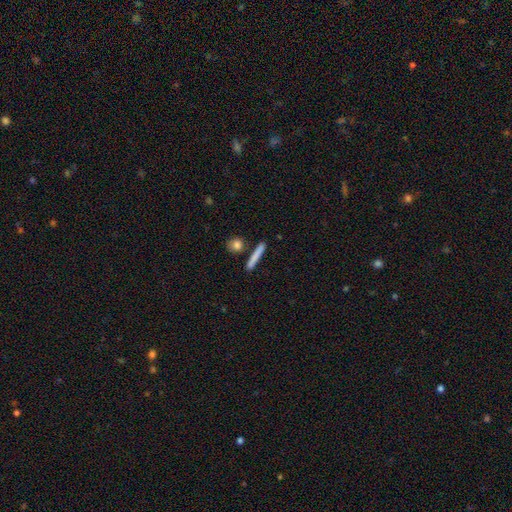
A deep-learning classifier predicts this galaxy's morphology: Smooth or featured? Predicted: smooth (p=0.77). How rounded? Predicted: cigar-shaped (p=0.87). Merging? Predicted: none (p=0.84).